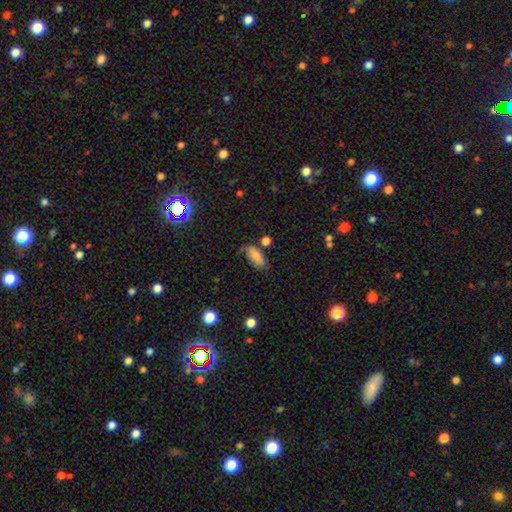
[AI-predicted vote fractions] Smooth or featured?
  - smooth: 81% *
  - featured or disk: 11%
  - star or artifact: 8%
How rounded?
  - in between: 79% *
  - cigar-shaped: 18%
  - round: 3%
Merging?
  - none: 57% *
  - minor disturbance: 28%
  - major disturbance: 9%
  - merger: 7%